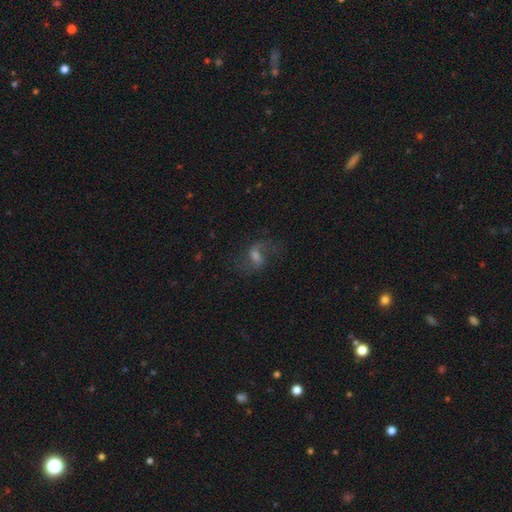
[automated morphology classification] Smooth or featured? Predicted: featured or disk (p=0.67). Edge-on disk? Predicted: no (p=0.95). Bar? Predicted: weak (p=0.53). Spiral arms? Predicted: yes (p=0.91). Spiral winding? Predicted: loose (p=0.68). Spiral arm count? Predicted: 2 (p=0.85). Bulge size? Predicted: moderate (p=0.43). Merging? Predicted: none (p=0.67).